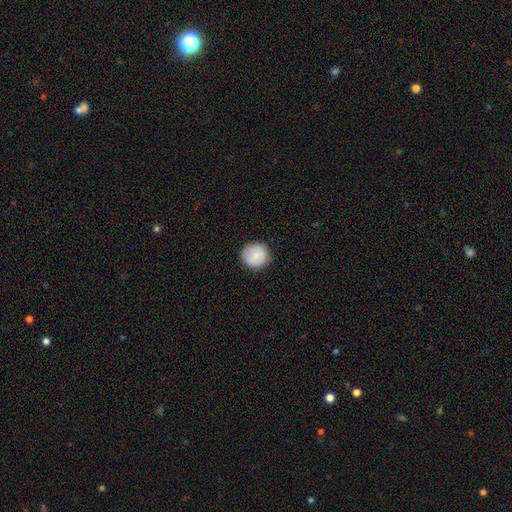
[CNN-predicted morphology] type=smooth (75%); roundness=round (90%); merging=none (86%).